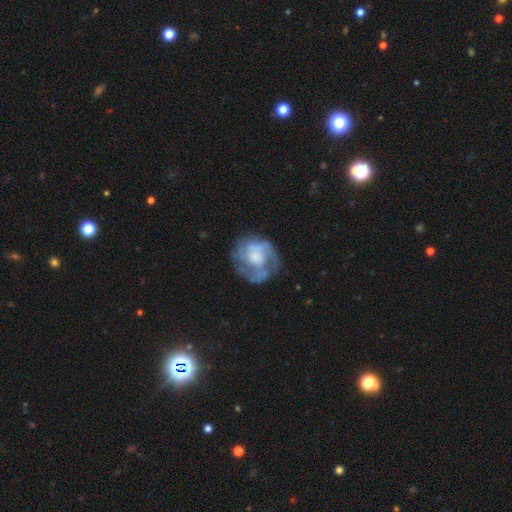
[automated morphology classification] featured or disk 65%, smooth 28%, star or artifact 7%. Down the decision tree: edge-on disk — no (98%); bar — no (76%); spiral arms — yes (64%); bulge size — moderate (43%); merging — none (62%).